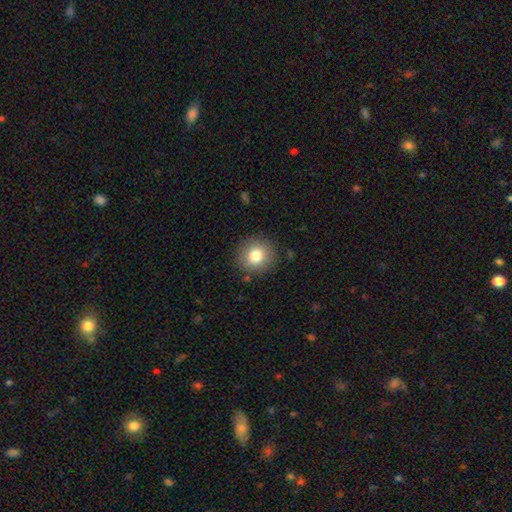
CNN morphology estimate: smooth_or_featured: smooth (p=0.80) [alt: featured or disk p=0.10]
how_rounded: round (p=0.90) [alt: in between p=0.09]
merging: none (p=0.87) [alt: minor disturbance p=0.08]